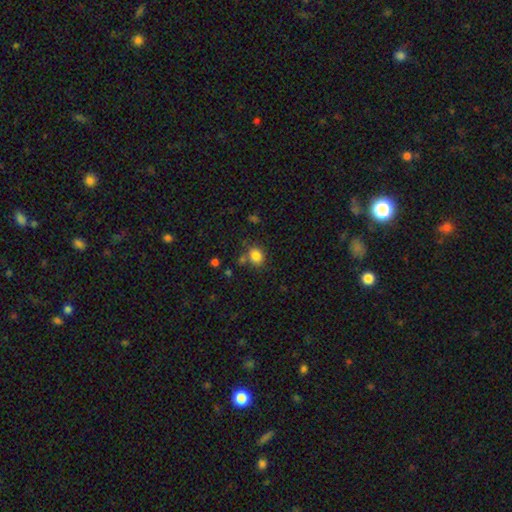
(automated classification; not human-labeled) Smooth or featured? Predicted: smooth (p=0.83). How rounded? Predicted: round (p=0.60). Merging? Predicted: none (p=0.66).